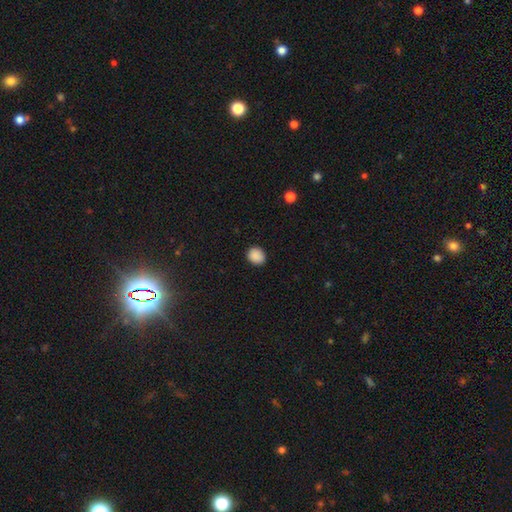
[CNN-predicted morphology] Smooth or featured? Predicted: smooth (p=0.89). How rounded? Predicted: round (p=0.65). Merging? Predicted: none (p=0.90).